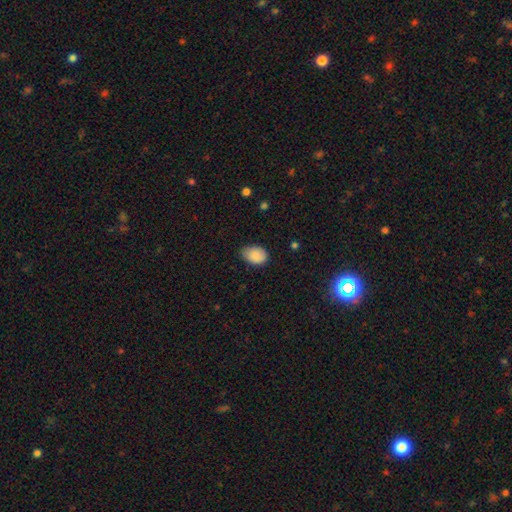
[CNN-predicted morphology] Smooth or featured?
  - smooth: 88% *
  - star or artifact: 8%
  - featured or disk: 5%
How rounded?
  - in between: 80% *
  - round: 19%
  - cigar-shaped: 1%
Merging?
  - none: 68% *
  - minor disturbance: 26%
  - major disturbance: 4%
  - merger: 1%